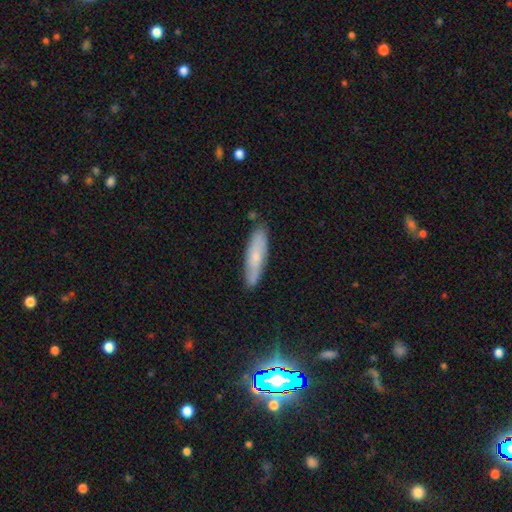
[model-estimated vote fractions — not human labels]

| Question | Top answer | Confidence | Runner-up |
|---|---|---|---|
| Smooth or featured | smooth | 55% | featured or disk (37%) |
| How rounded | cigar-shaped | 75% | in between (24%) |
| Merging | none | 81% | minor disturbance (15%) |